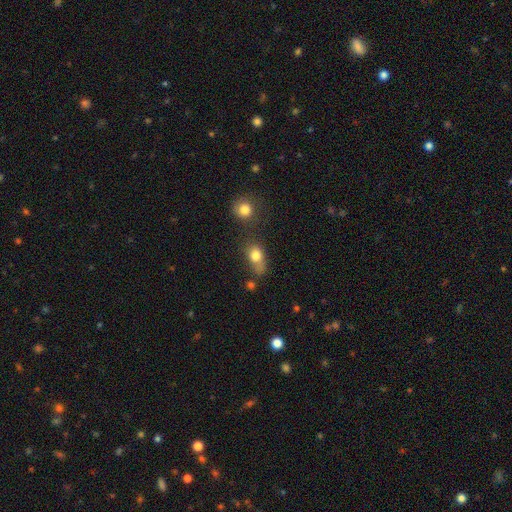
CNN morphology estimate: A smooth galaxy with no disk features (79%) that is in between round and cigar-shaped (61%). Merging: none (37%).